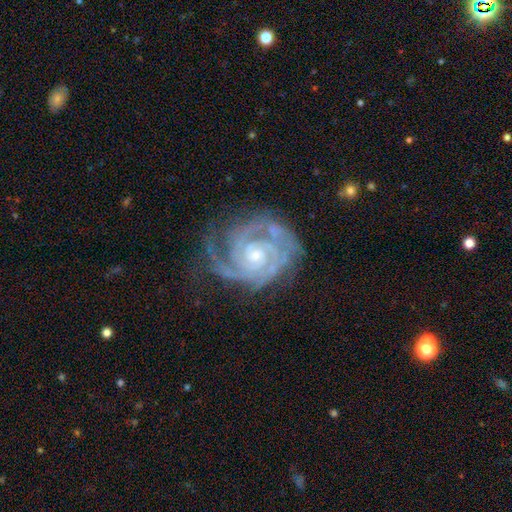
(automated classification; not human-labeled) Overall: featured or disk (92%). Edge-on disk: no (98%). Bar: no (68%). Spiral arms: yes (98%). Spiral arm count: 3 (37%; 2 30%). Spiral winding: tight (77%). Bulge size: small (56%; moderate 38%). Merging: none (66%).